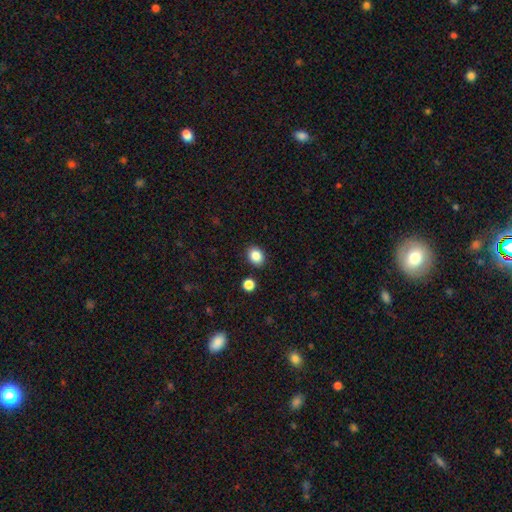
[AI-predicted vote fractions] smooth 85%, star or artifact 10%, featured or disk 5%. Down the decision tree: how rounded — round (50%); merging — none (88%).